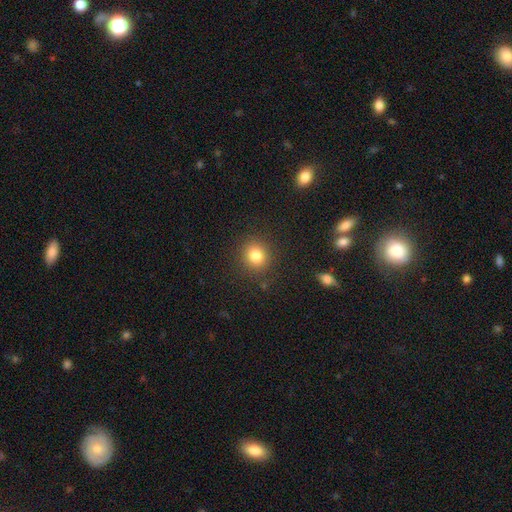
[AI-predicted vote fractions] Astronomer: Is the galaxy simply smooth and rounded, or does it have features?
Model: smooth — 81%.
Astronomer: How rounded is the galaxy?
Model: round — 86%.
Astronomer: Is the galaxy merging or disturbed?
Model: none — 89%.